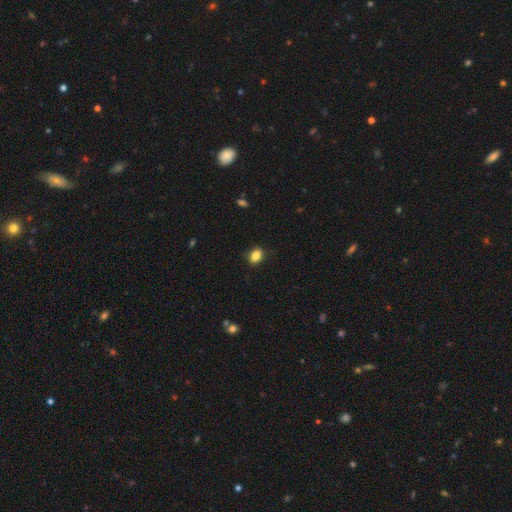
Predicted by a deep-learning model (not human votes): smooth-or-featured: smooth: 85% | star or artifact: 9% | featured or disk: 6%
  how-rounded: in between: 73% | round: 26% | cigar-shaped: 2%
  merging: none: 83% | minor disturbance: 13% | major disturbance: 3% | merger: 1%